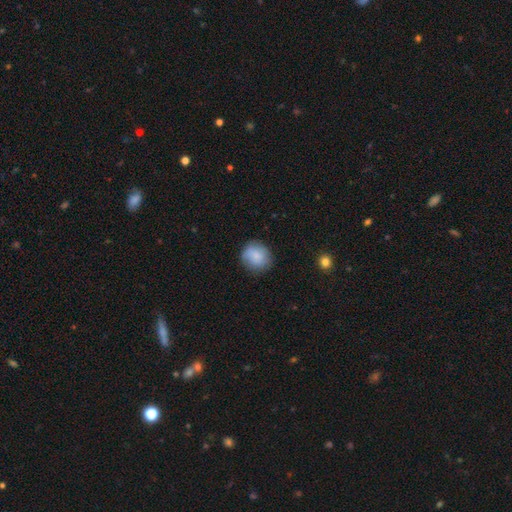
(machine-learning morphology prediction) smooth 83%, featured or disk 9%, star or artifact 7%. Down the decision tree: how rounded — round (84%); merging — none (79%).